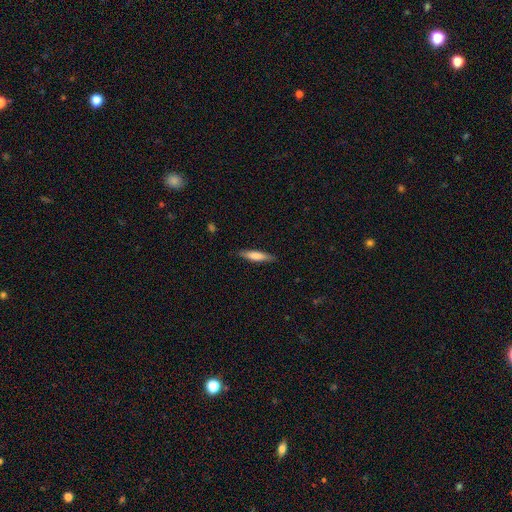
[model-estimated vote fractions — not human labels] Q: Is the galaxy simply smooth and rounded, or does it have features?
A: smooth — 69%.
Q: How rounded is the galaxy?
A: cigar-shaped — 81%.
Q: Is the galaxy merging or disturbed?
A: none — 87%.